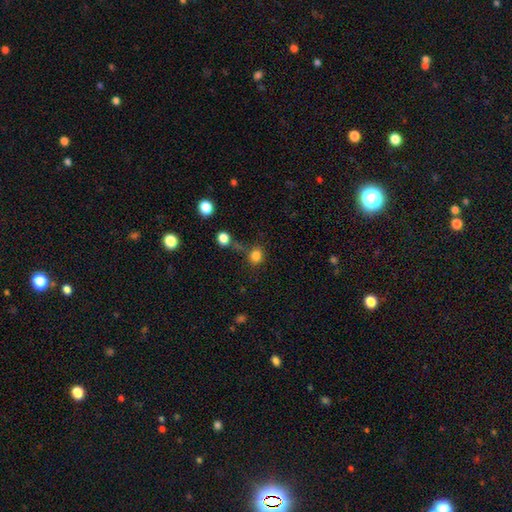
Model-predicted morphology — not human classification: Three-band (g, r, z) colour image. It shows a smooth galaxy with no disk features (82%) that is round (80%). Merging: none (67%).